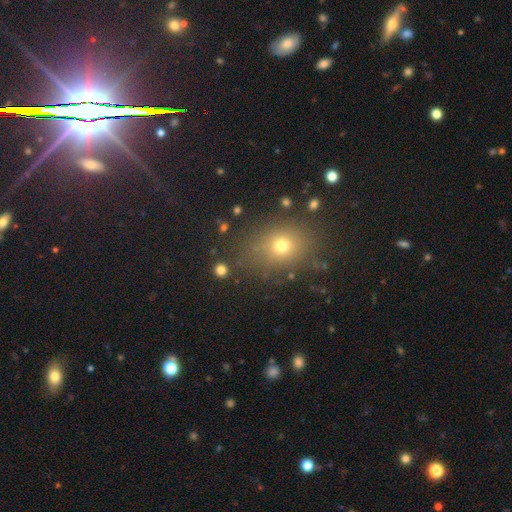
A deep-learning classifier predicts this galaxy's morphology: Smooth or featured? smooth (45%)
Merging? none (83%)